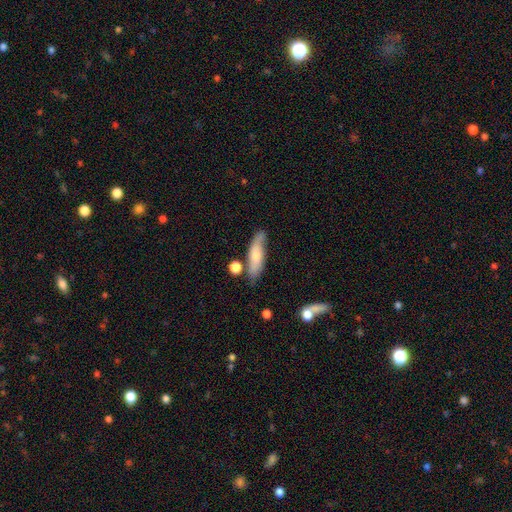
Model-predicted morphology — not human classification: smooth 60%, featured or disk 34%, star or artifact 7%. Down the decision tree: how rounded — cigar-shaped (54%); merging — none (66%).